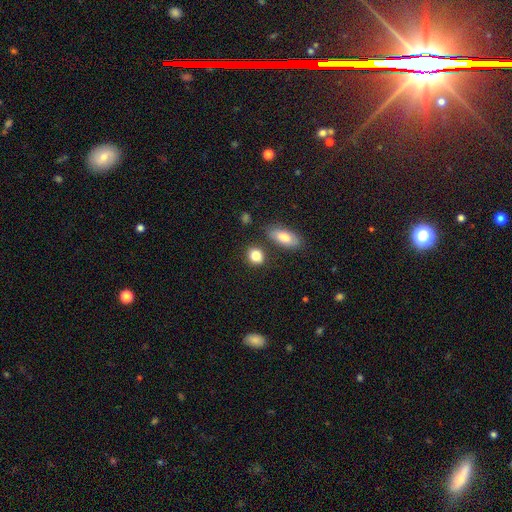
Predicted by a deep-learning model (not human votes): Smooth or featured: smooth — 85% (star or artifact — 9%)
How rounded: round — 56% (in between — 41%)
Merging: none — 77% (minor disturbance — 12%)